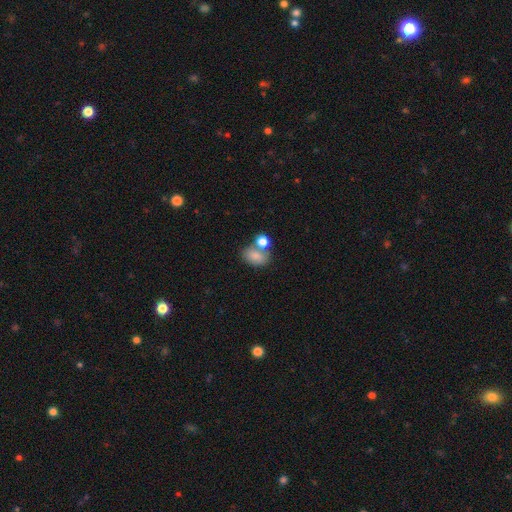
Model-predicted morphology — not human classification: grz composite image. It shows a smooth galaxy with no disk features (82%) that is in between round and cigar-shaped (76%). Merging: none (46%).